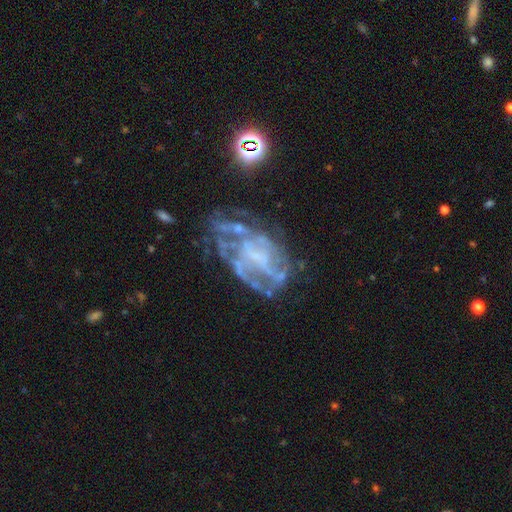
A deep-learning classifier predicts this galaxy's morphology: A featured or disk galaxy (77%) with no bar (64%), spiral arms (54%) and no central bulge (58%). Merging: none (43%).